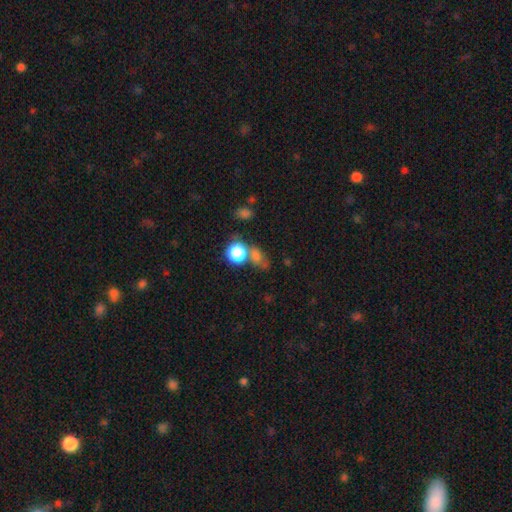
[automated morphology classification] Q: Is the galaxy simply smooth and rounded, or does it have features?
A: smooth — 71%.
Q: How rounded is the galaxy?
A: round — 57%.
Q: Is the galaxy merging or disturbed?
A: none — 42%.